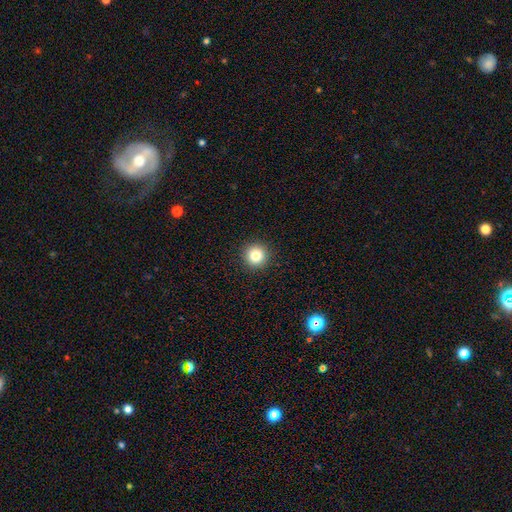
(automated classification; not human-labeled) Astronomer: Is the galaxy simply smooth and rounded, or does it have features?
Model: smooth — 82%.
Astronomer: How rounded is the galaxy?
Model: round — 95%.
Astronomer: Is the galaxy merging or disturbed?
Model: none — 93%.